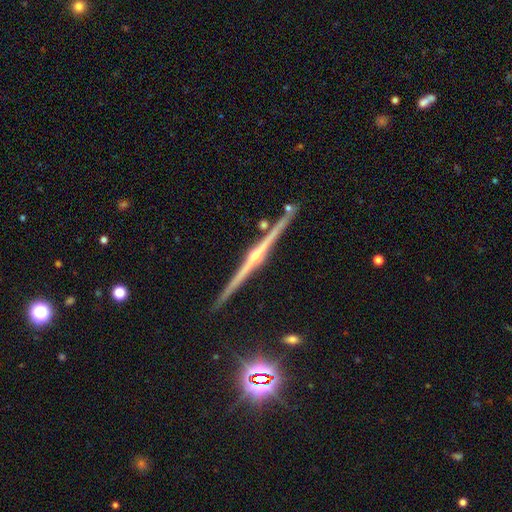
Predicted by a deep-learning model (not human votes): smooth-or-featured: featured or disk: 88% | star or artifact: 6% | smooth: 6%
  disk-edge-on: yes: 99% | no: 1%
    edge-on-bulge: rounded: 88% | none: 7% | boxy: 5%
  merging: none: 91% | minor disturbance: 6% | merger: 2% | major disturbance: 1%